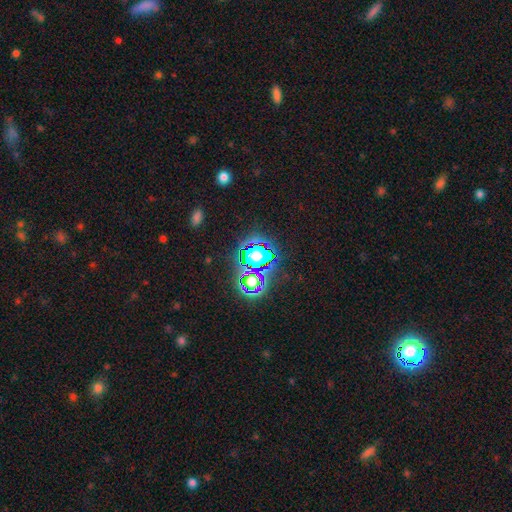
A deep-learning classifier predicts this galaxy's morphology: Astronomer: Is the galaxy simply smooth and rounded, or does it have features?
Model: star or artifact — 66%.